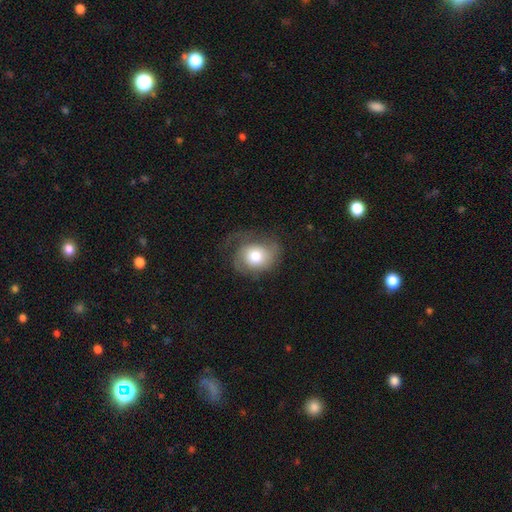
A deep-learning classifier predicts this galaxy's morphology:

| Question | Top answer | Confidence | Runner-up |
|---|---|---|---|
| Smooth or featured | smooth | 57% | featured or disk (36%) |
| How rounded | round | 59% | in between (40%) |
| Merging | none | 44% | major disturbance (28%) |